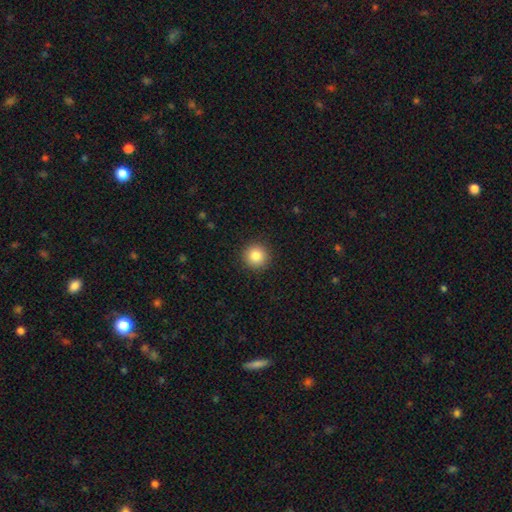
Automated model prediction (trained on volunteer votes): smooth 85%, star or artifact 10%, featured or disk 5%. Down the decision tree: how rounded — round (95%); merging — none (92%).